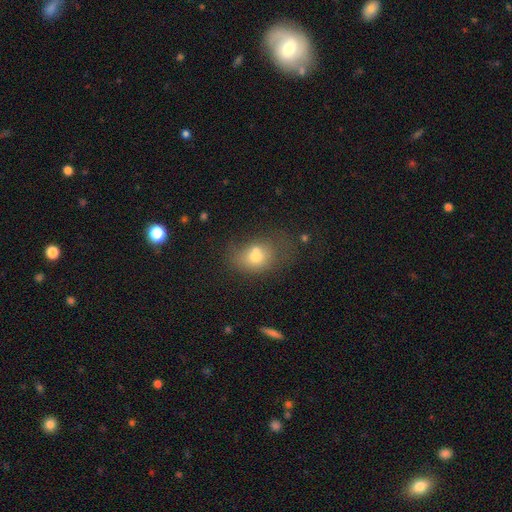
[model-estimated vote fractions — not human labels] The model was most divided on "merging": none: 33%, merger: 30%, minor disturbance: 21%, major disturbance: 16%. More confident: smooth or featured — smooth (68%); how rounded — in between (66%).